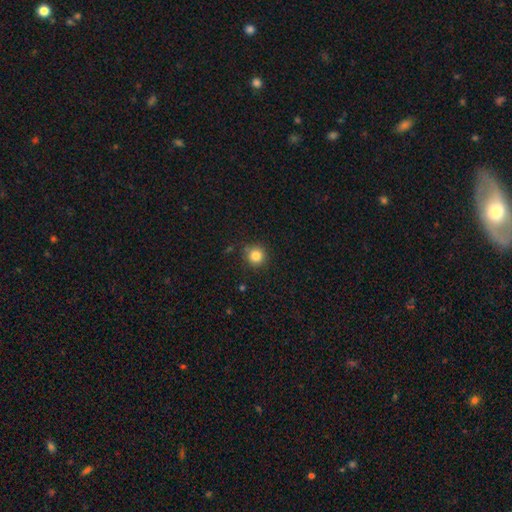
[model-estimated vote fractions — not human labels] This is clearly a smooth galaxy (84%). How rounded: clearly round (94%). Merging: clearly none (86%).